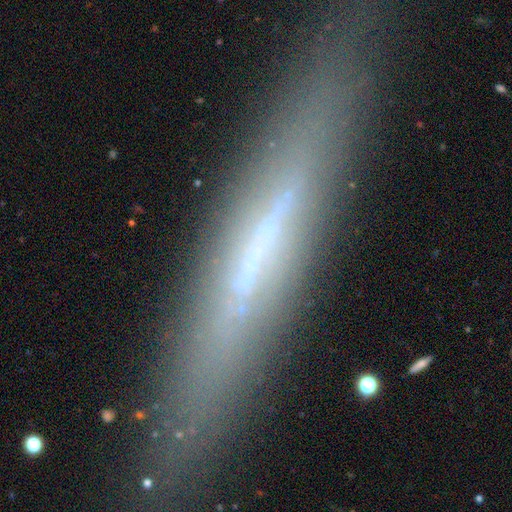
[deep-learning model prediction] featured or disk 65%, smooth 24%, star or artifact 11%. Down the decision tree: edge-on disk — yes (87%); edge-on bulge — none (67%); merging — none (81%).